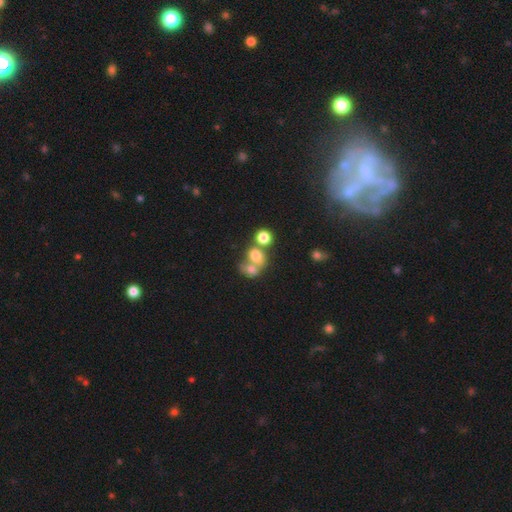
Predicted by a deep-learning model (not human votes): A smooth galaxy with no disk features (70%) that is round (56%). Merging: merger (59%).